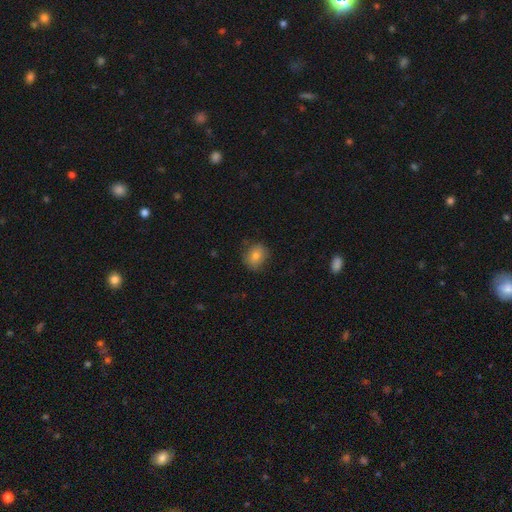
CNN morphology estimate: Q: Smooth or featured?
A: smooth (76%); runner-up: featured or disk (14%)
Q: How rounded?
A: round (66%); runner-up: in between (33%)
Q: Merging?
A: none (76%); runner-up: minor disturbance (18%)